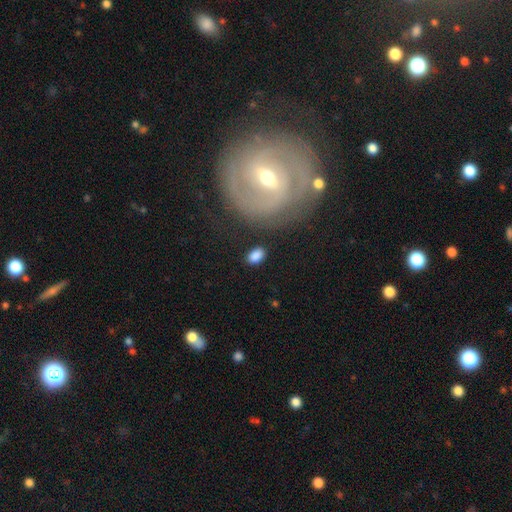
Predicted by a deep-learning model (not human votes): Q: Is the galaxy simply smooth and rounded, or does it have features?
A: smooth — 85%.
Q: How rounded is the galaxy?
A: in between — 86%.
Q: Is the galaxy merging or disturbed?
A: none — 82%.